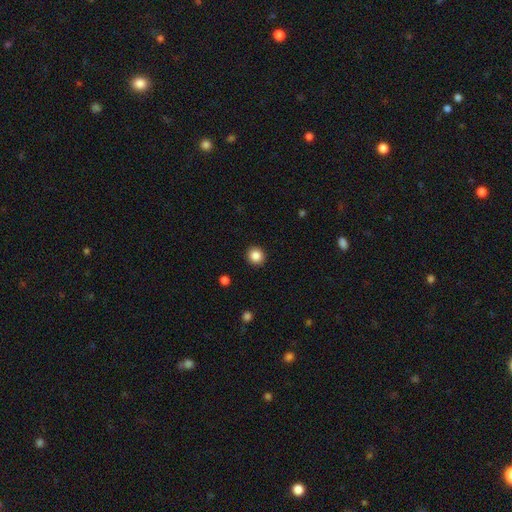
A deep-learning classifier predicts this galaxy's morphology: A smooth galaxy with no disk features (86%) that is round (92%).

Vote fractions:
- Smooth or featured? smooth: 86% / star or artifact: 10% / featured or disk: 4%
- How rounded? round: 92% / in between: 7% / cigar-shaped: 1%
- Merging? none: 92% / minor disturbance: 5% / major disturbance: 2% / merger: 1%